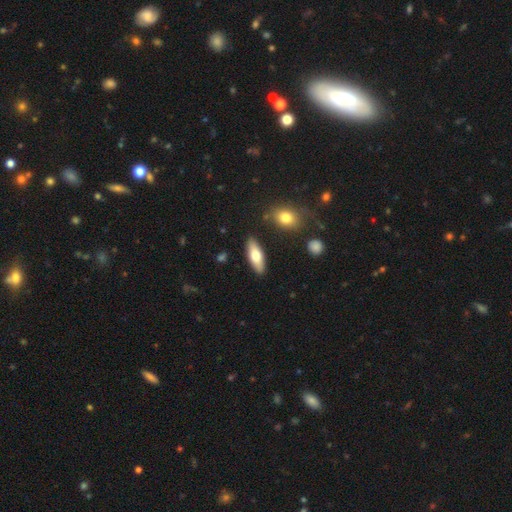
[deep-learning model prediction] smooth 66%, featured or disk 28%, star or artifact 6%. Down the decision tree: how rounded — in between (59%); merging — none (87%).